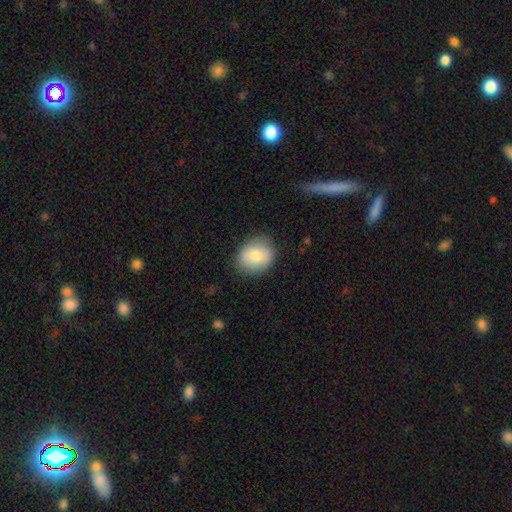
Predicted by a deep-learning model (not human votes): Smooth or featured?
  - smooth: 79% *
  - featured or disk: 13%
  - star or artifact: 7%
How rounded?
  - round: 59% *
  - in between: 40%
  - cigar-shaped: 1%
Merging?
  - none: 84% *
  - minor disturbance: 12%
  - major disturbance: 3%
  - merger: 1%